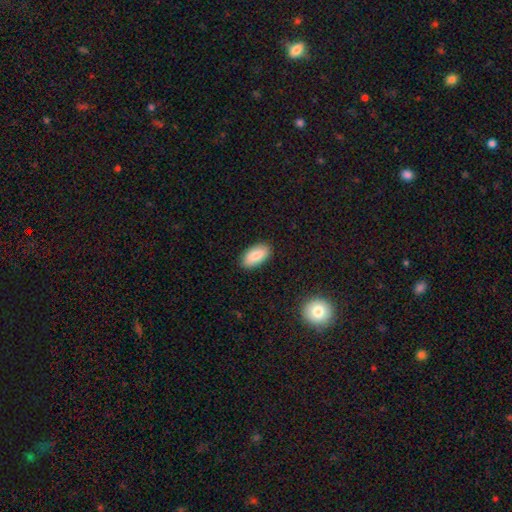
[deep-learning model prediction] smooth_or_featured: smooth (p=0.83) [alt: featured or disk p=0.10]
how_rounded: in between (p=0.92) [alt: cigar-shaped p=0.05]
merging: none (p=0.89) [alt: minor disturbance p=0.08]